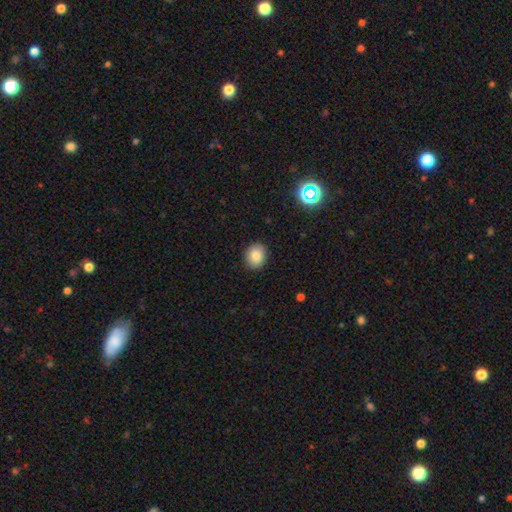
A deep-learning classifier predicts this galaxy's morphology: Overall: smooth (84%). How rounded: round (61%; in between 38%). Merging: none (90%).